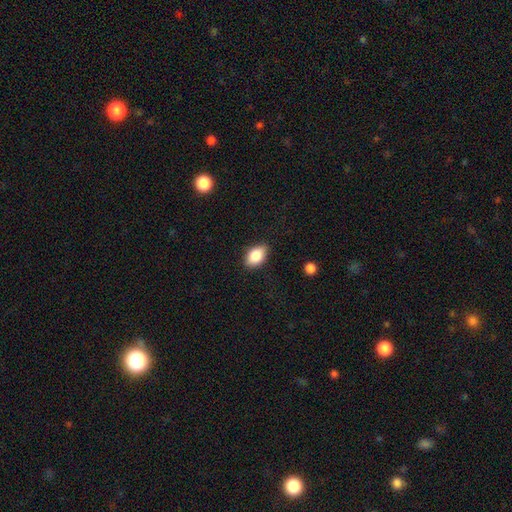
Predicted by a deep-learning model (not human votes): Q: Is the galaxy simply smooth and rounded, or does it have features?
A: smooth — 84%.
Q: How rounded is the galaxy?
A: in between — 88%.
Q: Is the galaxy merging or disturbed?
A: none — 85%.